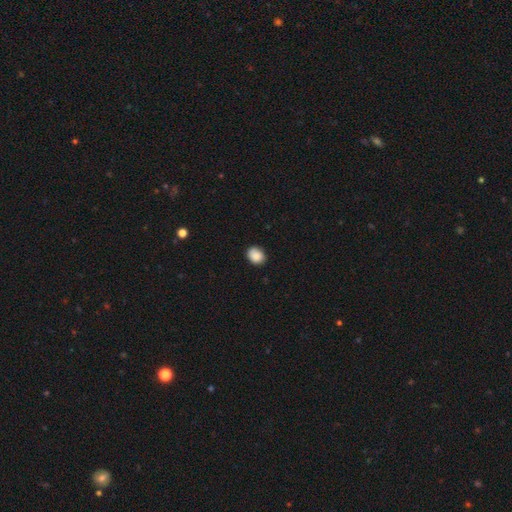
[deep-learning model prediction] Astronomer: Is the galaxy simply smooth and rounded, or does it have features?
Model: smooth — 88%.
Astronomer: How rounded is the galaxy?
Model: round — 51% (runner-up: in between, 48%).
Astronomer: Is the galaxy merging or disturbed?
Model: none — 86%.